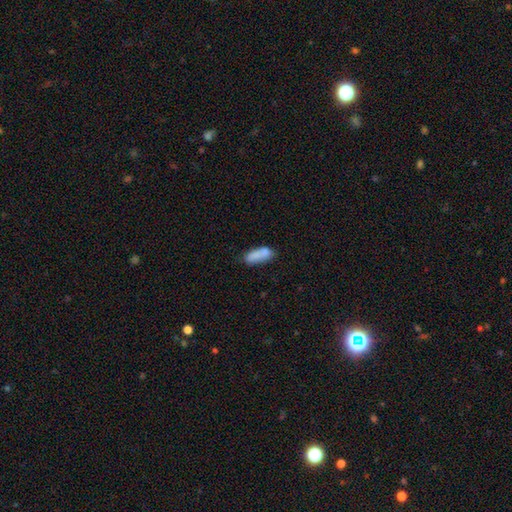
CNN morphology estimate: smooth 81%, featured or disk 12%, star or artifact 8%. Down the decision tree: how rounded — in between (70%); merging — none (58%).